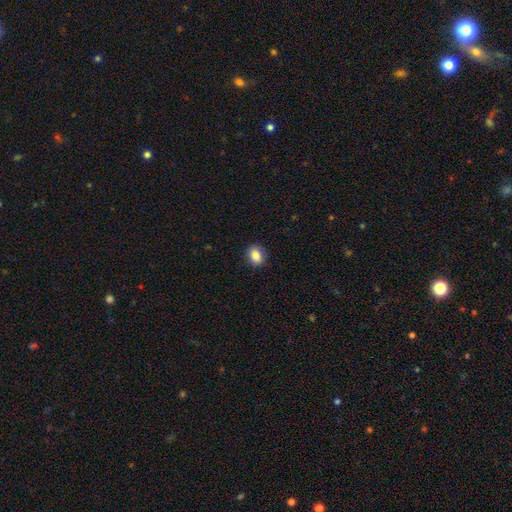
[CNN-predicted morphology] Smooth or featured?
  - smooth: 84% *
  - star or artifact: 9%
  - featured or disk: 7%
How rounded?
  - in between: 57% *
  - round: 41%
  - cigar-shaped: 2%
Merging?
  - none: 87% *
  - minor disturbance: 10%
  - major disturbance: 2%
  - merger: 1%